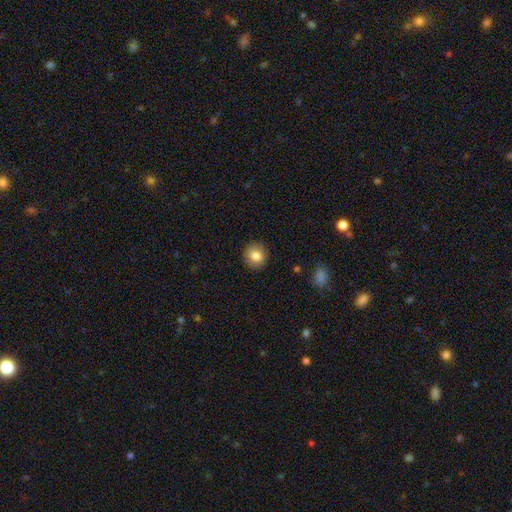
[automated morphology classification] smooth 83%, star or artifact 9%, featured or disk 8%. Down the decision tree: how rounded — round (87%); merging — none (90%).